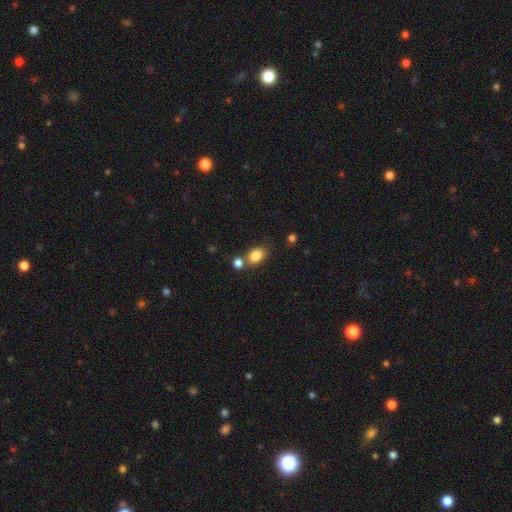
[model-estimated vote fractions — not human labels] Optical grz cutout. It shows a smooth galaxy with no disk features (84%) that is in between round and cigar-shaped (74%). Merging: none (60%).